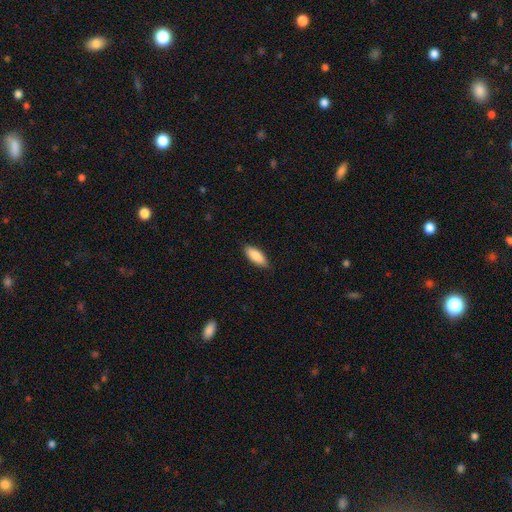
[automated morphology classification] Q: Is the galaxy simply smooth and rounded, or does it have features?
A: smooth — 87%.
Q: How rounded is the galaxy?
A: in between — 80%.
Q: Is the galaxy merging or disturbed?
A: none — 85%.